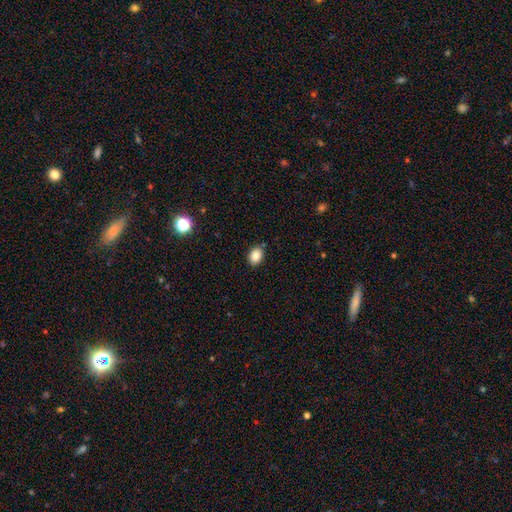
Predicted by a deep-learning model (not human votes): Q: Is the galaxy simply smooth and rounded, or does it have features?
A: smooth — 85%.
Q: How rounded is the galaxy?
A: in between — 74%.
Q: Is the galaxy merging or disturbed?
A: none — 86%.